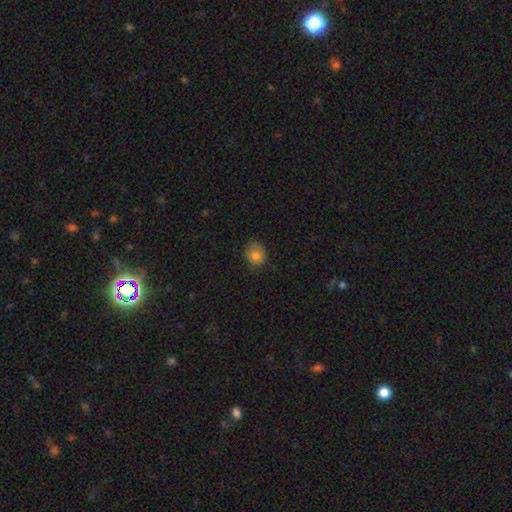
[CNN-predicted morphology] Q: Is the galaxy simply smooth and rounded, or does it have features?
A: smooth — 81%.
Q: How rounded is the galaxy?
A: round — 68%.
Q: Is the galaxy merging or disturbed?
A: none — 74%.